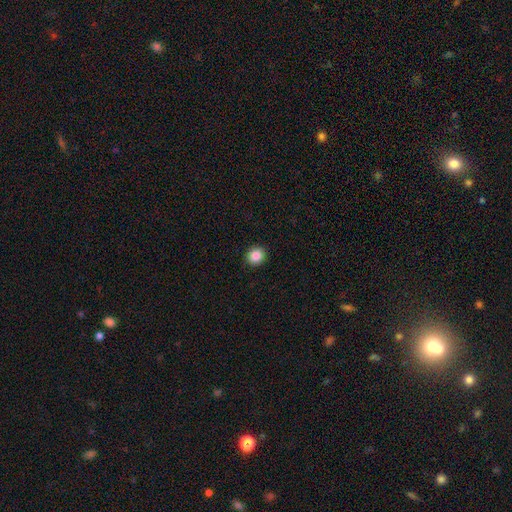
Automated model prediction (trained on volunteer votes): The model was most divided on "how rounded": round: 81%, in between: 18%, cigar-shaped: 1%. More confident: merging — none (92%); smooth or featured — smooth (87%).